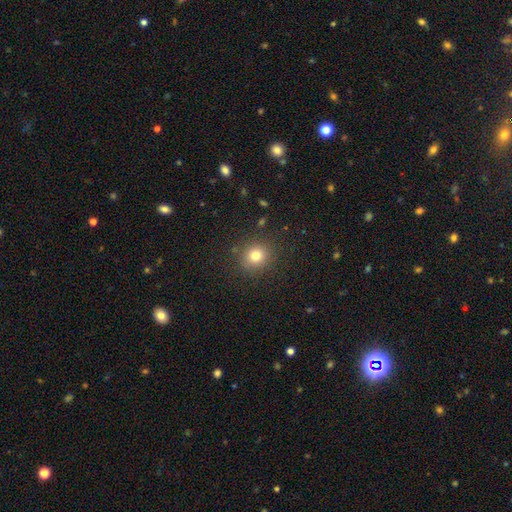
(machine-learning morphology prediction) The model was most divided on "smooth or featured": smooth: 77%, star or artifact: 14%, featured or disk: 8%. More confident: merging — none (87%); how rounded — round (85%).